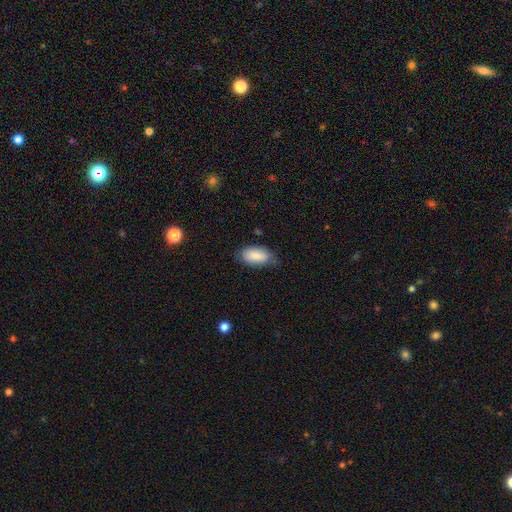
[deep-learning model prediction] A smooth galaxy with no disk features (86%) that is in between round and cigar-shaped (93%). Merging: none (70%).